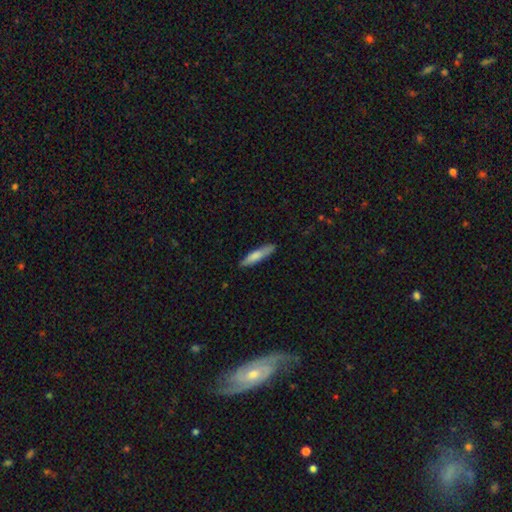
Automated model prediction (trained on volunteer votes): This is likely a smooth galaxy (75%). How rounded: clearly cigar-shaped (84%). Merging: clearly none (85%).